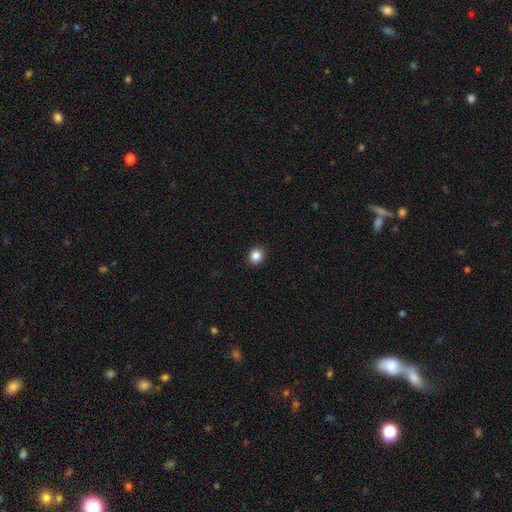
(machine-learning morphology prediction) type=smooth (85%); roundness=round (79%); merging=none (91%).